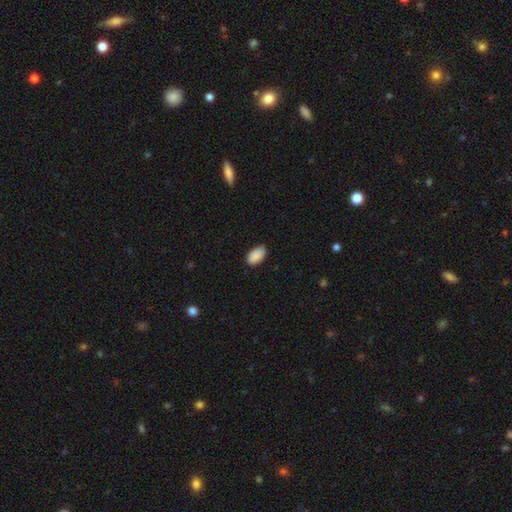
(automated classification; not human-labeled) smooth_or_featured: smooth (p=0.90) [alt: star or artifact p=0.07]
how_rounded: in between (p=0.95) [alt: round p=0.04]
merging: none (p=0.82) [alt: minor disturbance p=0.15]